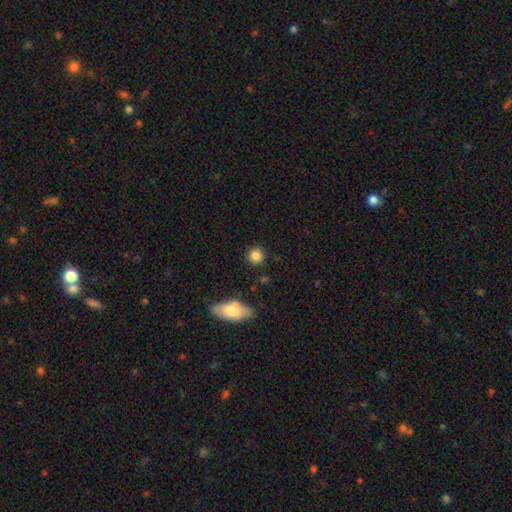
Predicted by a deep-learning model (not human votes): smooth 85%, star or artifact 10%, featured or disk 5%. Down the decision tree: how rounded — round (92%); merging — none (87%).